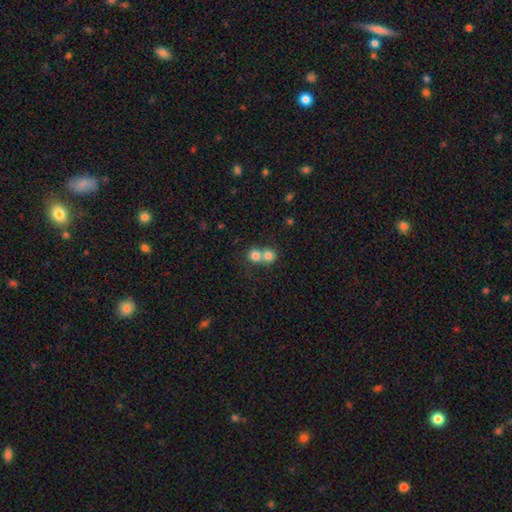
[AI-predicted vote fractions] smooth-or-featured: smooth: 78% | featured or disk: 12% | star or artifact: 11%
  how-rounded: round: 84% | in between: 15% | cigar-shaped: 1%
  merging: merger: 62% | none: 31% | minor disturbance: 4% | major disturbance: 2%